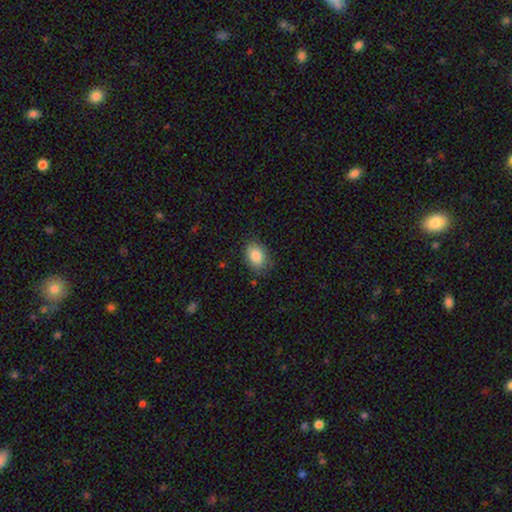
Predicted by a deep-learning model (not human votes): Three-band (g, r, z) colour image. It shows a smooth galaxy with no disk features (85%) that is in between round and cigar-shaped (77%). Merging: none (82%).